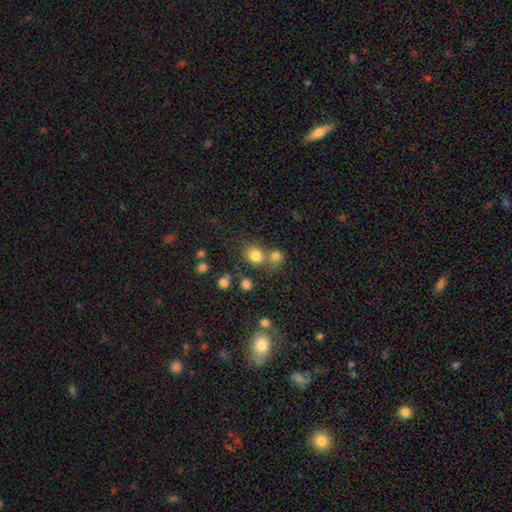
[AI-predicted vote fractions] Overall: smooth (78%). How rounded: round (81%). Merging: none (54%; merger 34%).